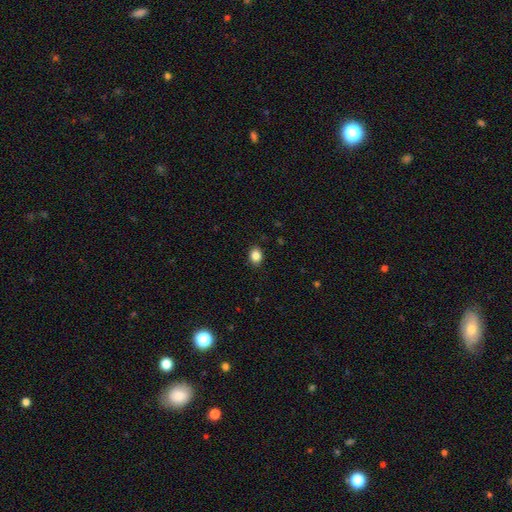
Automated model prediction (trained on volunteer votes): A smooth galaxy with no disk features (86%) that is in between round and cigar-shaped (57%).

Vote fractions:
- Smooth or featured? smooth: 86% / star or artifact: 9% / featured or disk: 4%
- How rounded? in between: 57% / round: 42% / cigar-shaped: 1%
- Merging? none: 90% / minor disturbance: 8% / major disturbance: 2% / merger: 1%